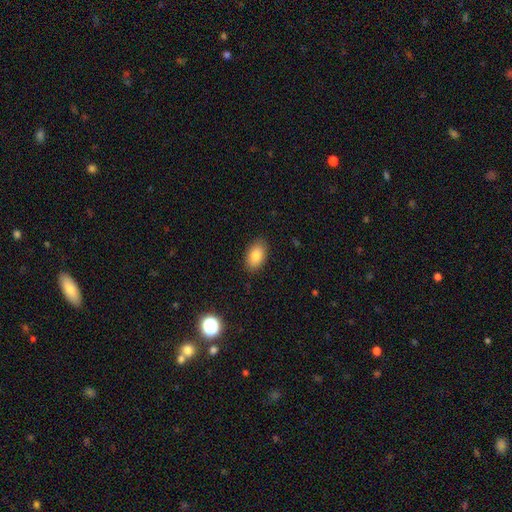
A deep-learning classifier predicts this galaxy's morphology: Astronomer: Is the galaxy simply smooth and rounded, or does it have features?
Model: smooth — 83%.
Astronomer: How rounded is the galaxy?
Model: in between — 91%.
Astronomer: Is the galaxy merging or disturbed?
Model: none — 87%.